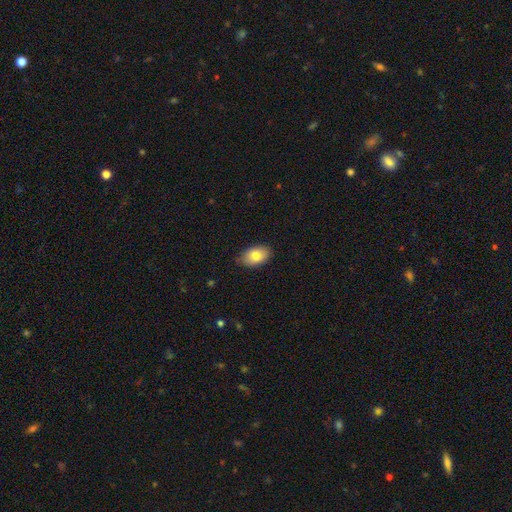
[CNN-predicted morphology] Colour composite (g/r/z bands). It shows a smooth galaxy with no disk features (81%) that is in between round and cigar-shaped (91%). Merging: none (84%).